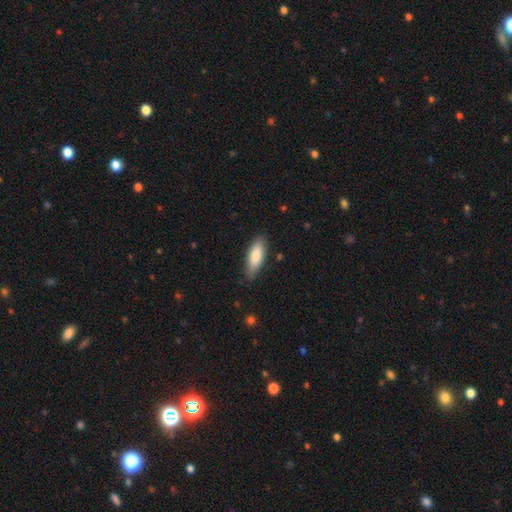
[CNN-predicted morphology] Smooth or featured?
  - smooth: 84% *
  - featured or disk: 11%
  - star or artifact: 5%
How rounded?
  - in between: 60% *
  - cigar-shaped: 38%
  - round: 2%
Merging?
  - none: 84% *
  - minor disturbance: 13%
  - major disturbance: 2%
  - merger: 1%